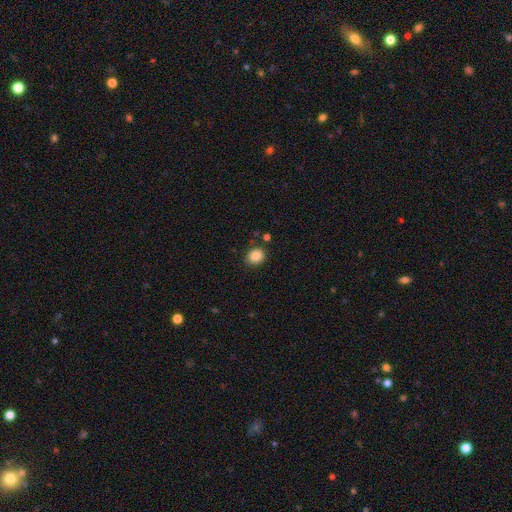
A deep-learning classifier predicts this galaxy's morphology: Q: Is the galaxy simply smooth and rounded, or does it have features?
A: smooth — 86%.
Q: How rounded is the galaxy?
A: round — 66%.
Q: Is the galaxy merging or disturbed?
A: none — 85%.